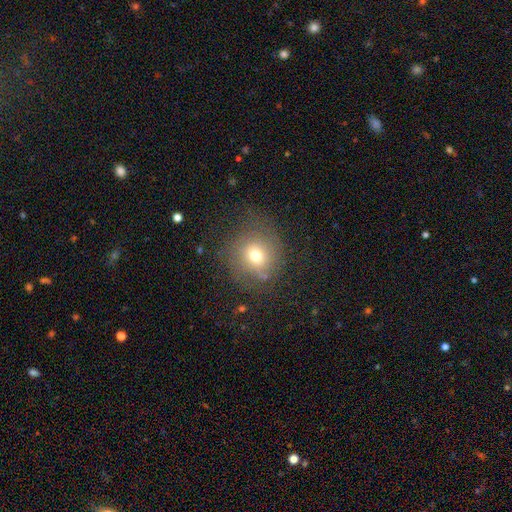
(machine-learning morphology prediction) Smooth or featured?
  - smooth: 68% *
  - featured or disk: 17%
  - star or artifact: 15%
How rounded?
  - round: 86% *
  - in between: 13%
  - cigar-shaped: 1%
Merging?
  - none: 69% *
  - minor disturbance: 18%
  - major disturbance: 11%
  - merger: 2%